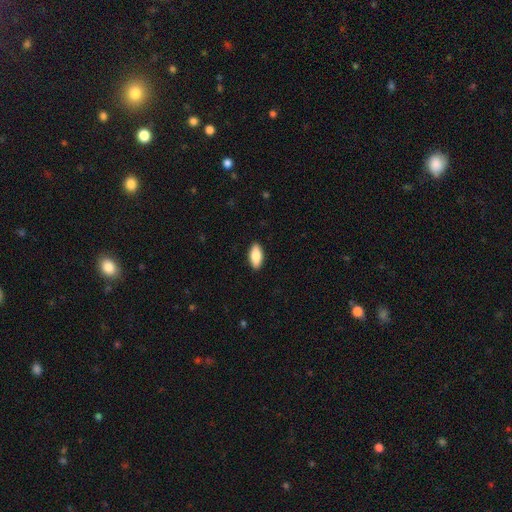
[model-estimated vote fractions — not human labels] This appears to be a smooth galaxy with no disk features (85%) that is in between round and cigar-shaped (89%). Merging: none (90%).